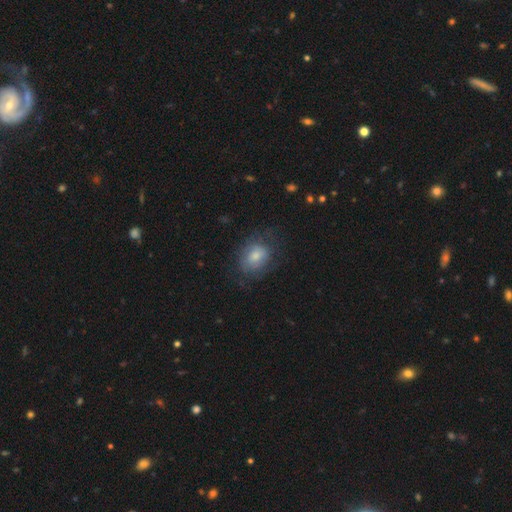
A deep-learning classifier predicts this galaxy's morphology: The model was most divided on "how rounded": in between: 57%, round: 42%, cigar-shaped: 1%. More confident: smooth or featured — smooth (64%); merging — none (61%).